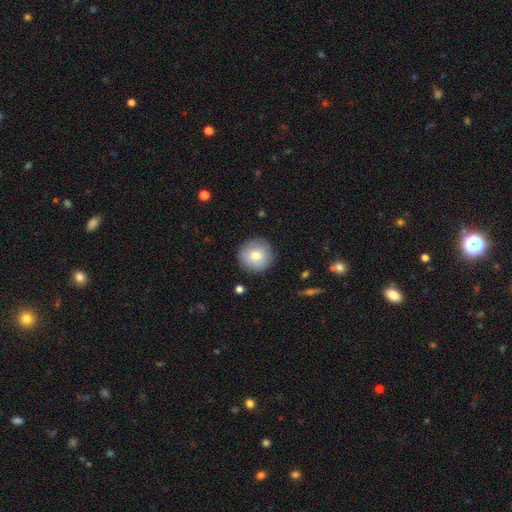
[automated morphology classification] Smooth or featured? smooth (72%)
How rounded? round (95%)
Merging? none (87%)